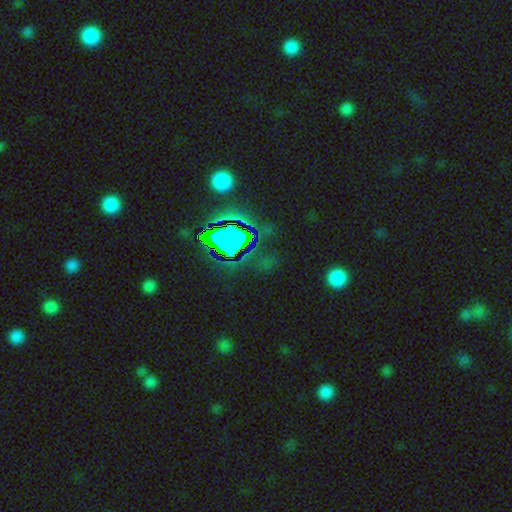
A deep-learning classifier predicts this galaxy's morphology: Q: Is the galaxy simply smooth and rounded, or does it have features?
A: star or artifact — 70%.